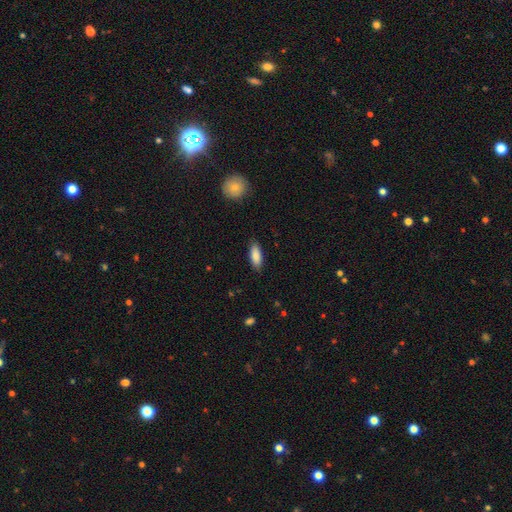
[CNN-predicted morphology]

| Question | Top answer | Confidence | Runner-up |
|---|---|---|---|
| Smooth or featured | smooth | 87% | featured or disk (7%) |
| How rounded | in between | 77% | cigar-shaped (21%) |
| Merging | none | 85% | minor disturbance (12%) |